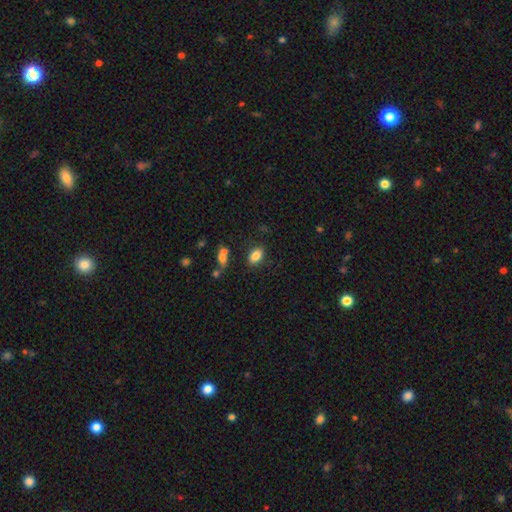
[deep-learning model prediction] This appears to be a smooth galaxy with no disk features (84%) that is in between round and cigar-shaped (88%). Merging: none (81%).